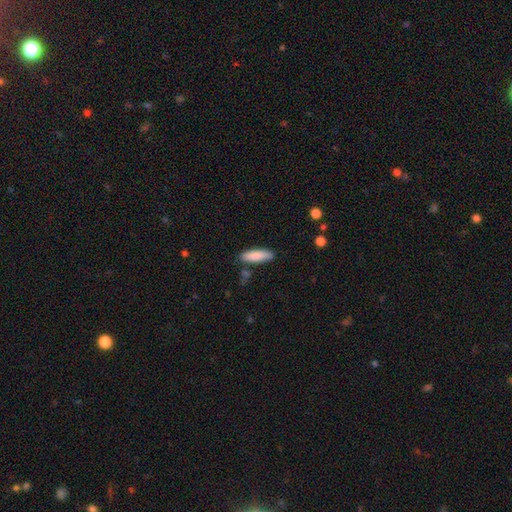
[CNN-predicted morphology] type=smooth (87%); roundness=cigar-shaped (49%, tied with in between); merging=none (80%).